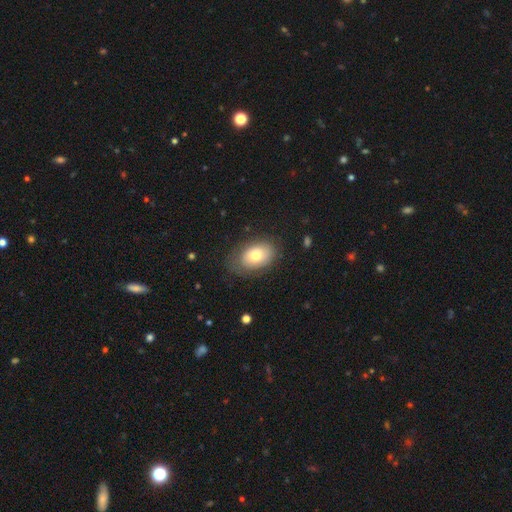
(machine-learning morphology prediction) Smooth or featured? Predicted: smooth (p=0.71). How rounded? Predicted: in between (p=0.83). Merging? Predicted: none (p=0.75).